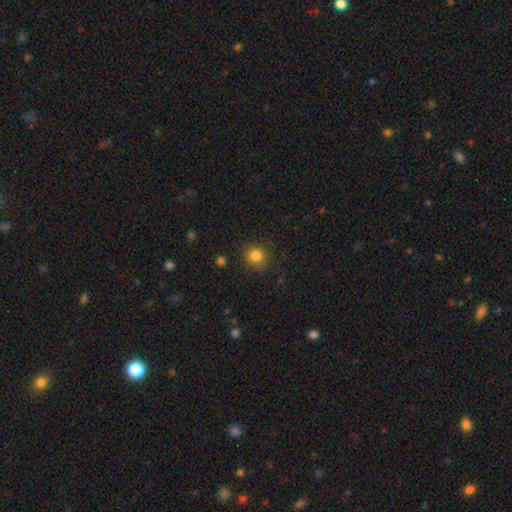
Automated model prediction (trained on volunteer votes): A smooth galaxy with no disk features (84%) that is round (87%). Merging: none (83%).